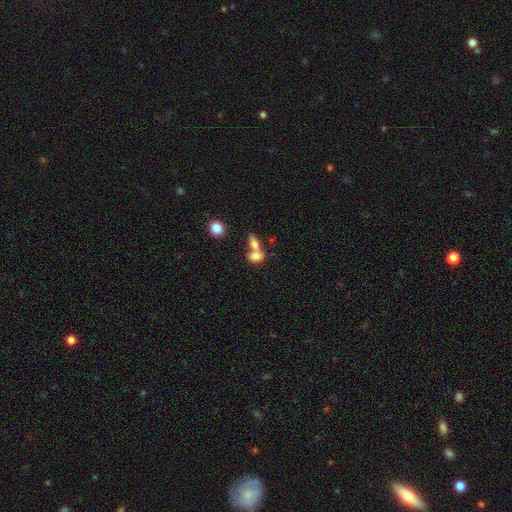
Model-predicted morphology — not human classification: A smooth galaxy with no disk features (77%) that is in between round and cigar-shaped (81%).

Vote fractions:
- Smooth or featured? smooth: 77% / featured or disk: 14% / star or artifact: 9%
- How rounded? in between: 81% / round: 14% / cigar-shaped: 5%
- Merging? merger: 63% / none: 25% / minor disturbance: 8% / major disturbance: 4%